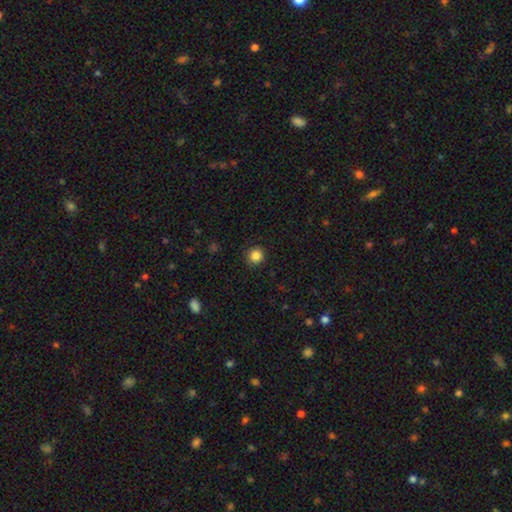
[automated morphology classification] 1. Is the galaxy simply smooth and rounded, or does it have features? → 86% smooth, 11% star or artifact, 3% featured or disk.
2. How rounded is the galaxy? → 94% round, 5% in between, 1% cigar-shaped.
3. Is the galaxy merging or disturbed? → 91% none, 6% minor disturbance, 2% major disturbance, 1% merger.